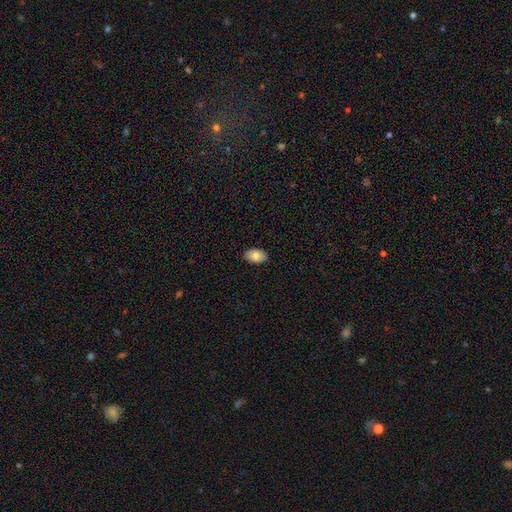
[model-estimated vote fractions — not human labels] smooth_or_featured: smooth (p=0.83) [alt: featured or disk p=0.10]
how_rounded: in between (p=0.91) [alt: round p=0.08]
merging: none (p=0.88) [alt: minor disturbance p=0.09]